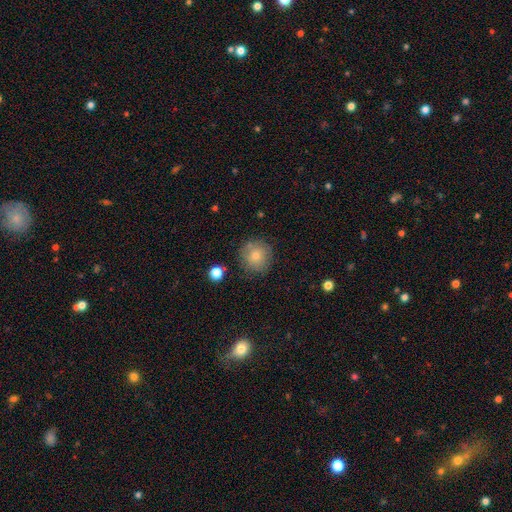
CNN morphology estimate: This appears to be a smooth galaxy with no disk features (78%) that is round (93%). Merging: none (80%).